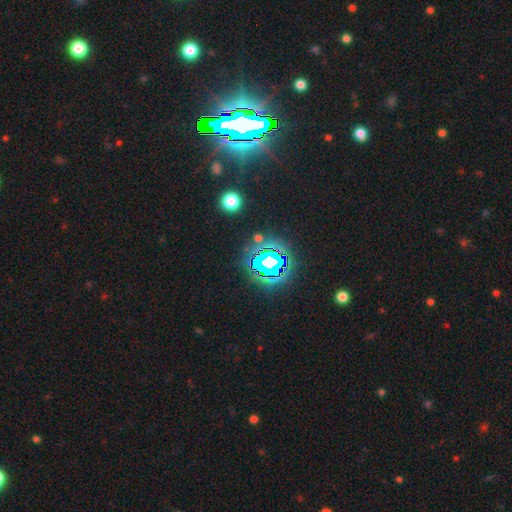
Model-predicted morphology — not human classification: smooth-or-featured: star or artifact: 85% | smooth: 8% | featured or disk: 7%